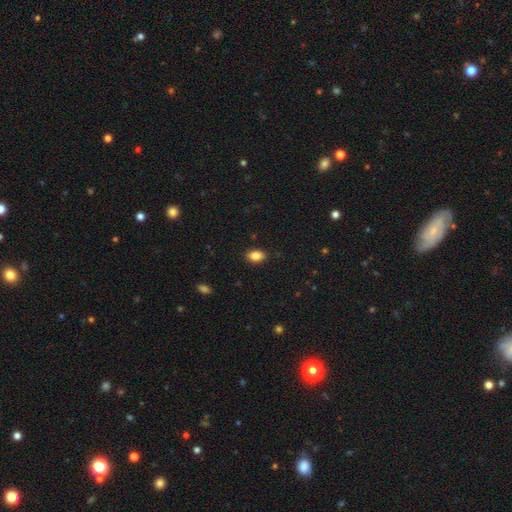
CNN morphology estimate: smooth 86%, star or artifact 9%, featured or disk 5%. Down the decision tree: how rounded — in between (87%); merging — none (89%).